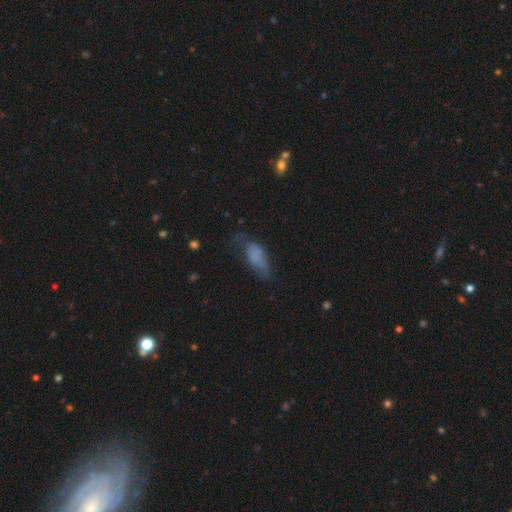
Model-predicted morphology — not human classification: Smooth or featured: smooth — 66% (featured or disk — 22%)
How rounded: in between — 78% (cigar-shaped — 19%)
Merging: none — 37% (minor disturbance — 32%)